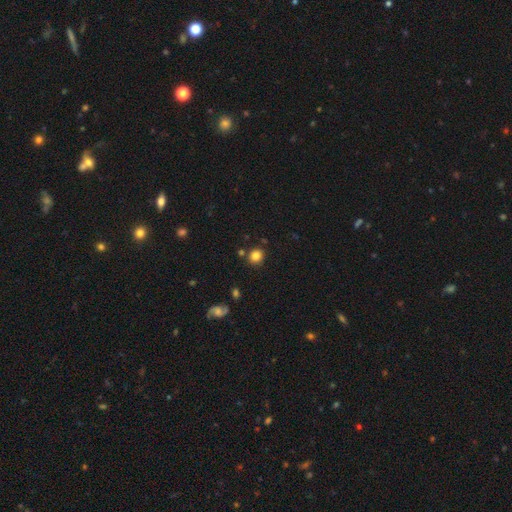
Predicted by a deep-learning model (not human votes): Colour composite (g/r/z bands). It shows a smooth galaxy with no disk features (82%) that is round (87%). Merging: none (83%).